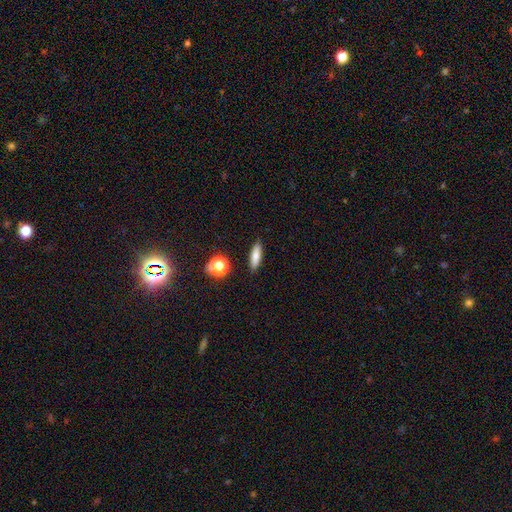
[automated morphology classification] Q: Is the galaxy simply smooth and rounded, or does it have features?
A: smooth — 77%.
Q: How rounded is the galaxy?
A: cigar-shaped — 58%.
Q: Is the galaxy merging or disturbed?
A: none — 88%.